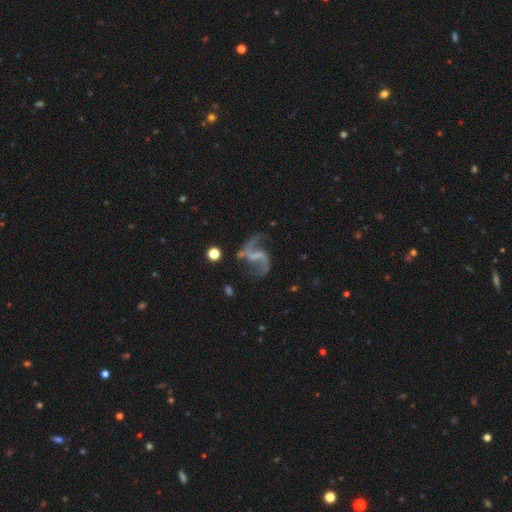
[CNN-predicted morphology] A featured or disk galaxy (89%) with a weak bar (44%), 2 (92%) loose (75%) spiral arms (96%) and no central bulge (64%). Merging: none (66%).